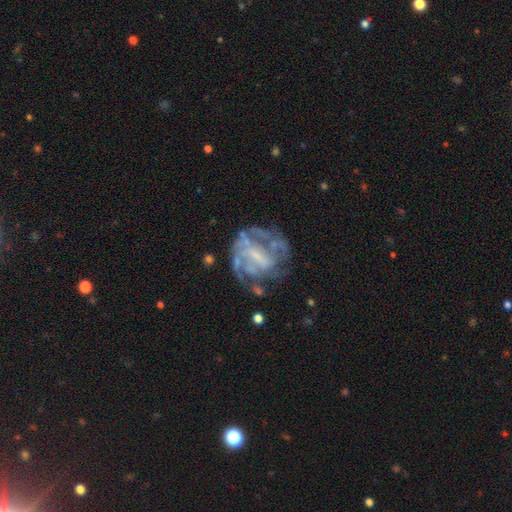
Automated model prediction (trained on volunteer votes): Smooth or featured? Predicted: featured or disk (p=0.76). Edge-on disk? Predicted: no (p=0.97). Bar? Predicted: weak (p=0.42). Spiral arms? Predicted: yes (p=0.60). Bulge size? Predicted: small (p=0.44). Merging? Predicted: none (p=0.52).